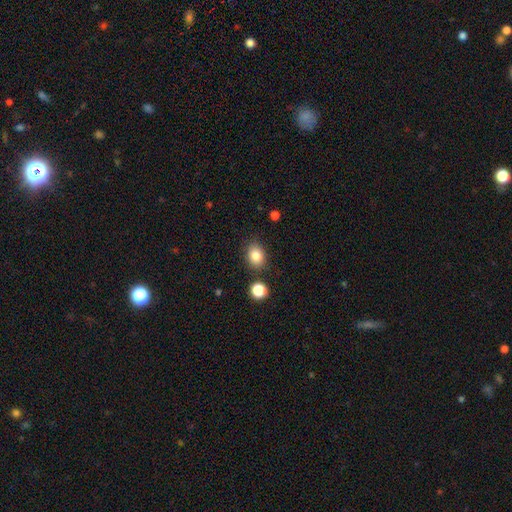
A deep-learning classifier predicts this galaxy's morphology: Q: Smooth or featured?
A: smooth (84%); runner-up: star or artifact (10%)
Q: How rounded?
A: in between (59%); runner-up: round (40%)
Q: Merging?
A: none (81%); runner-up: minor disturbance (11%)